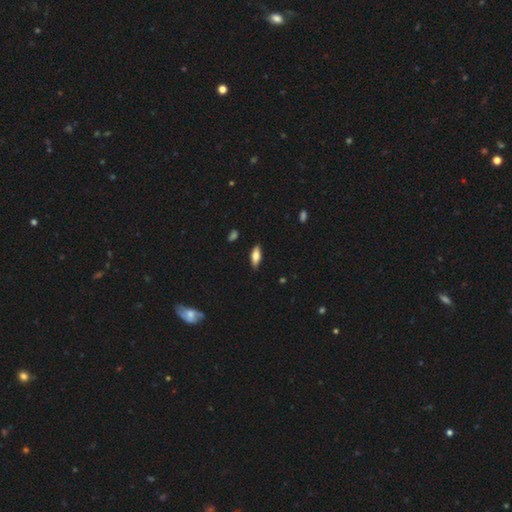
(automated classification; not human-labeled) smooth_or_featured: smooth (p=0.70) [alt: featured or disk p=0.23]
how_rounded: in between (p=0.71) [alt: cigar-shaped p=0.26]
merging: none (p=0.86) [alt: minor disturbance p=0.11]